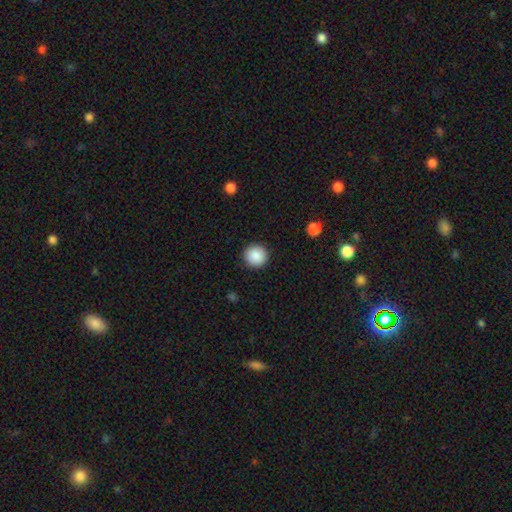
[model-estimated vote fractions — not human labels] This appears to be a smooth galaxy with no disk features (89%) that is round (95%). Merging: none (93%).